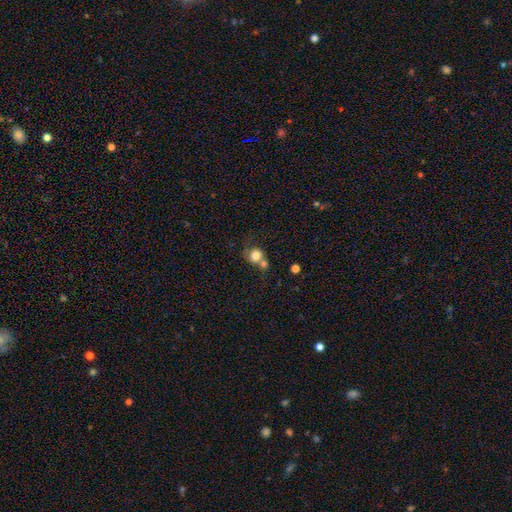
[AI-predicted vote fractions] A smooth galaxy with no disk features (77%) that is round (80%). Merging: merger (49%).